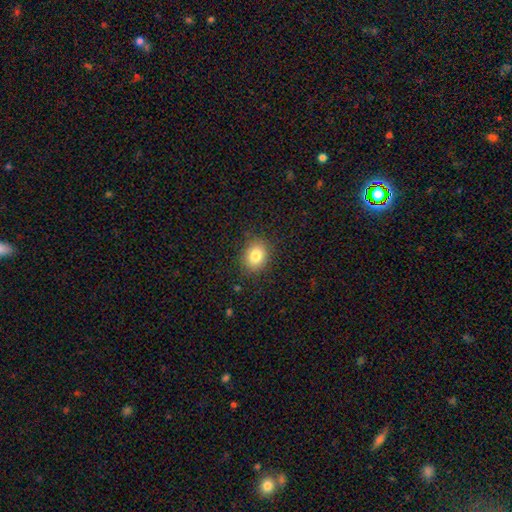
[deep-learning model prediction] Overall: smooth (82%). How rounded: round (54%; in between 45%). Merging: none (85%).